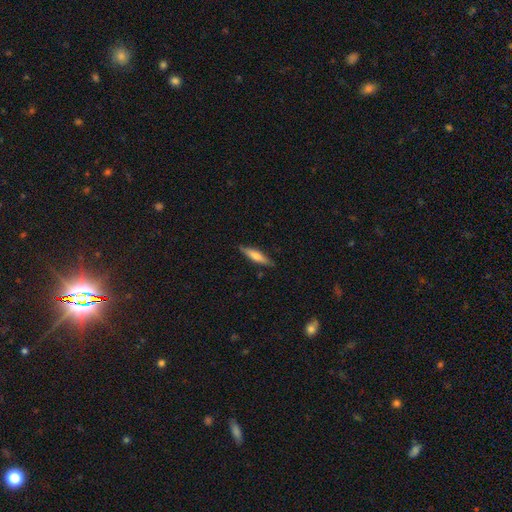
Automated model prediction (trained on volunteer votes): Overall: smooth (55%; featured or disk 39%). How rounded: cigar-shaped (79%). Merging: none (85%).